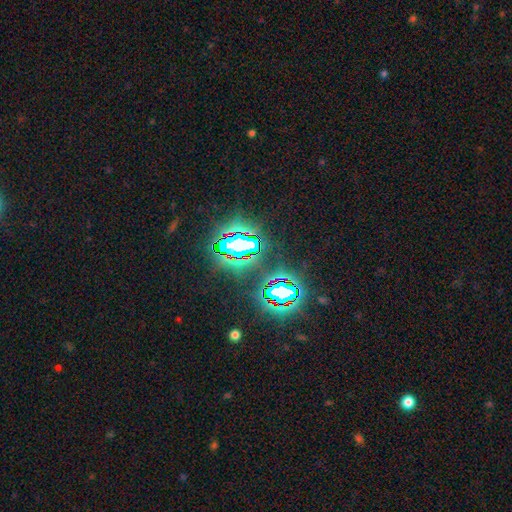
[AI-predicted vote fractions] This appears to be a star or artifact, not a galaxy (84%).